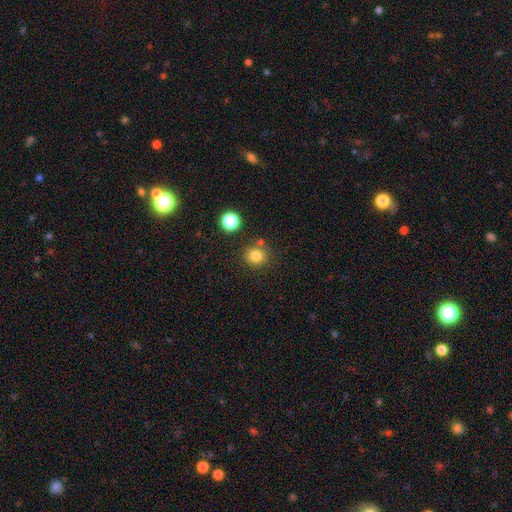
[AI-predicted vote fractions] Smooth or featured?
  - smooth: 81% *
  - star or artifact: 13%
  - featured or disk: 6%
How rounded?
  - round: 90% *
  - in between: 9%
  - cigar-shaped: 1%
Merging?
  - none: 79% *
  - merger: 9%
  - minor disturbance: 9%
  - major disturbance: 3%